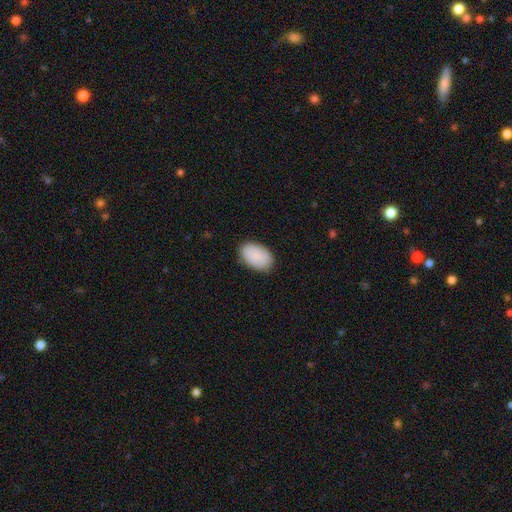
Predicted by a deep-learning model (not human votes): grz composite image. It shows a smooth galaxy with no disk features (87%) that is in between round and cigar-shaped (93%). Merging: none (84%).